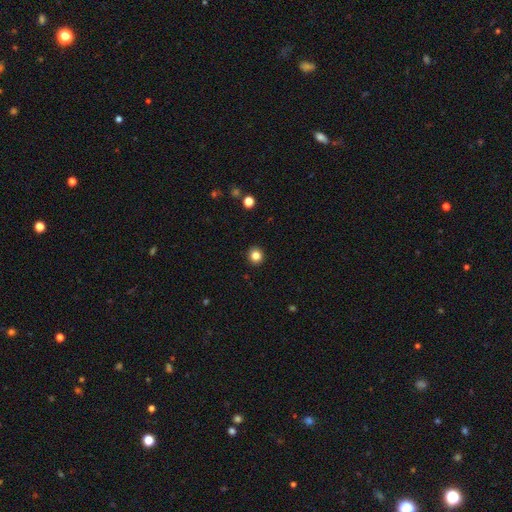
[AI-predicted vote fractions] Smooth or featured? Predicted: smooth (p=0.84). How rounded? Predicted: round (p=0.93). Merging? Predicted: none (p=0.93).